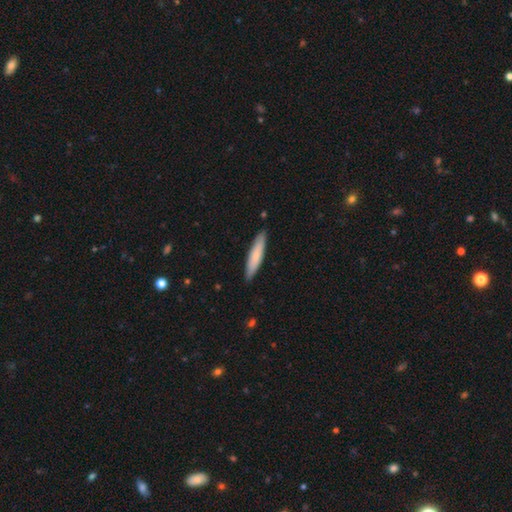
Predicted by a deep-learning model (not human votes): A smooth galaxy with no disk features (74%) that is cigar-shaped (86%). Merging: none (89%).